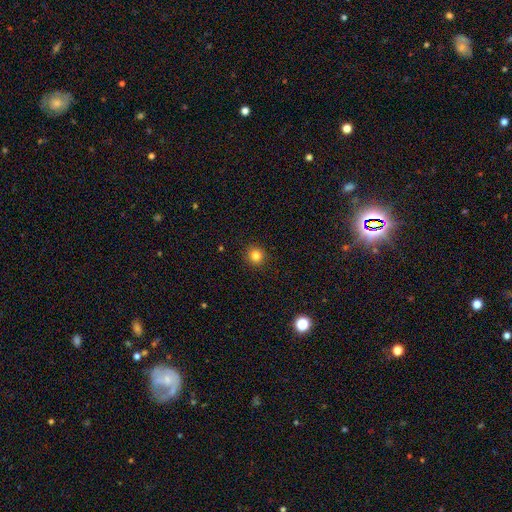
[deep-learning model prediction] Smooth or featured: smooth — 83% (star or artifact — 12%)
How rounded: round — 93% (in between — 6%)
Merging: none — 91% (minor disturbance — 6%)